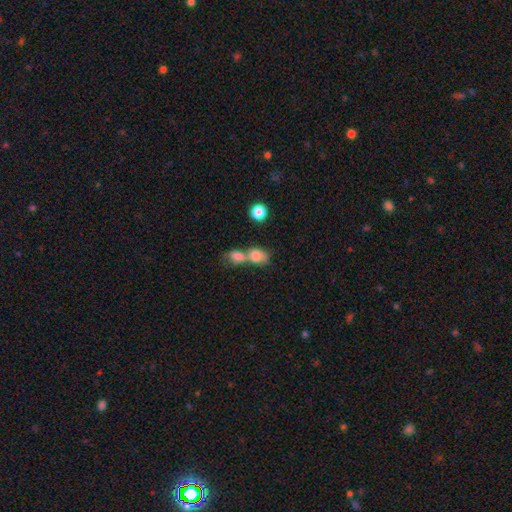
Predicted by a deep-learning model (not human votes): This appears to be a smooth galaxy with no disk features (75%) that is in between round and cigar-shaped (70%). Merging: merger (73%).